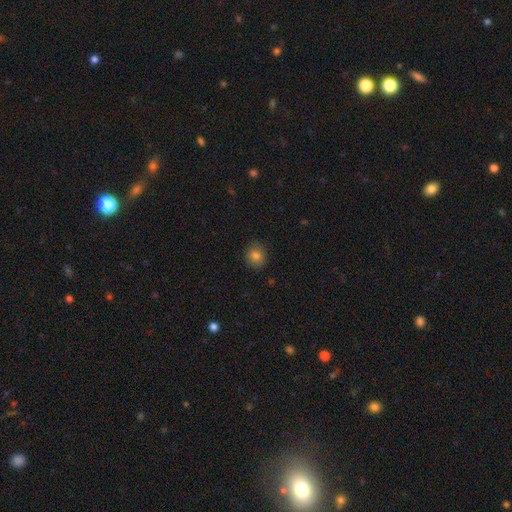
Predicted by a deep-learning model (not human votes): This is clearly a smooth galaxy (82%). How rounded: likely round (79%). Merging: clearly none (87%).